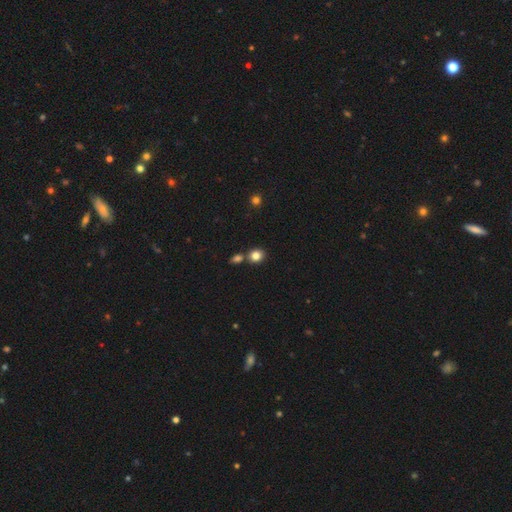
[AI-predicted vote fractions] smooth_or_featured: smooth (p=0.83) [alt: star or artifact p=0.11]
how_rounded: round (p=0.71) [alt: in between p=0.28]
merging: none (p=0.65) [alt: merger p=0.23]